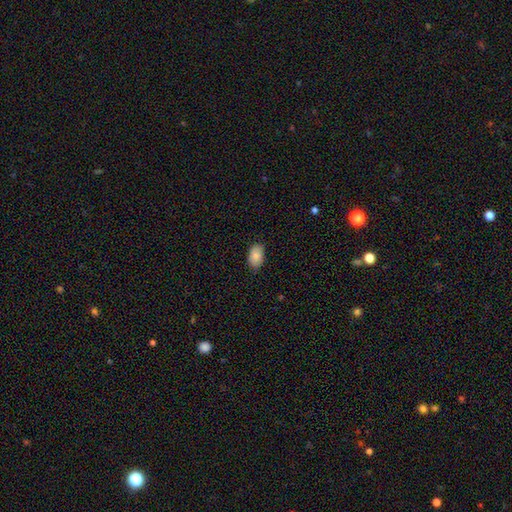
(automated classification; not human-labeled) smooth-or-featured: smooth: 85% | featured or disk: 9% | star or artifact: 7%
  how-rounded: in between: 90% | round: 8% | cigar-shaped: 1%
  merging: none: 82% | minor disturbance: 15% | major disturbance: 2% | merger: 1%